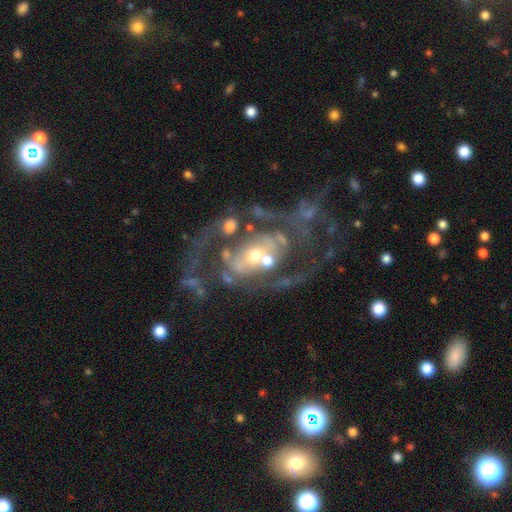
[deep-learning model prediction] The model was most divided on "spiral winding": medium: 42%, loose: 32%, tight: 25%. Remaining: edge-on disk — no (97%); smooth or featured — featured or disk (82%); spiral arms — yes (76%); spiral arm count — 2 (61%); bar — no (61%); bulge size — moderate (51%); merging — none (40%).